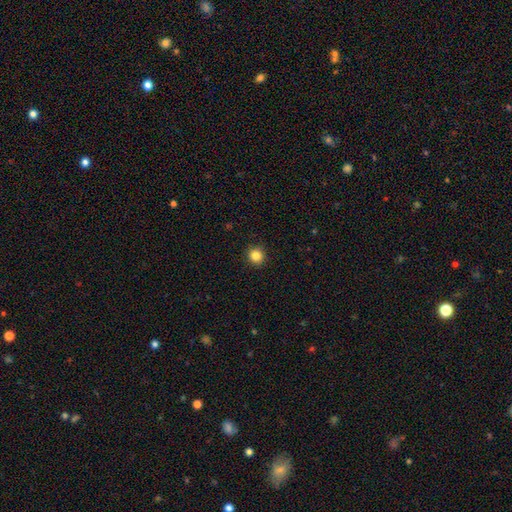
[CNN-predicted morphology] A smooth galaxy with no disk features (84%) that is round (93%). Merging: none (92%).